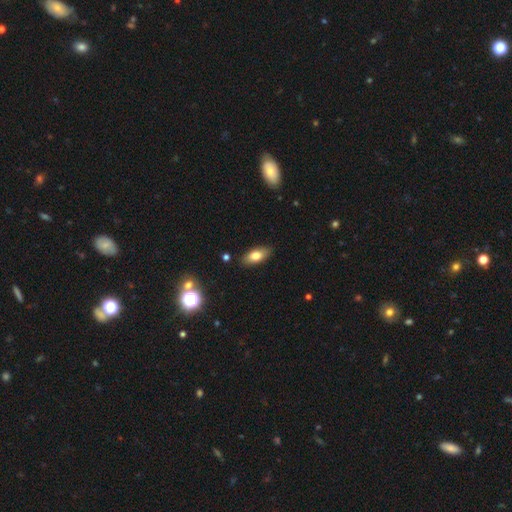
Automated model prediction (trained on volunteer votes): This is likely a smooth galaxy (76%). How rounded: clearly in between (84%). Merging: clearly none (86%).